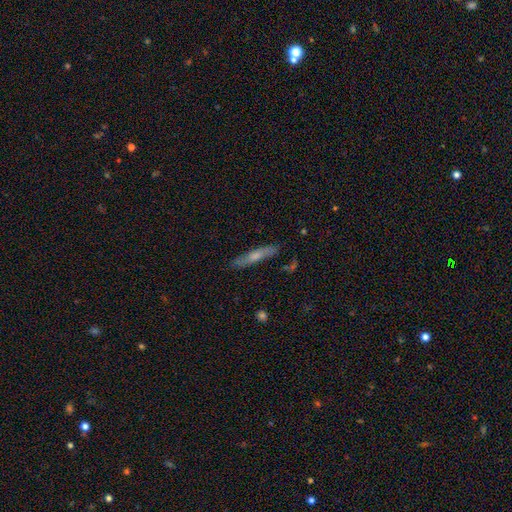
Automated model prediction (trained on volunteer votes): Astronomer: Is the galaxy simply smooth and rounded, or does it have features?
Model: smooth — 51% (runner-up: featured or disk, 42%).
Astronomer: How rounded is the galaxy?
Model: cigar-shaped — 89%.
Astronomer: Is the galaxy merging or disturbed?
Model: none — 84%.